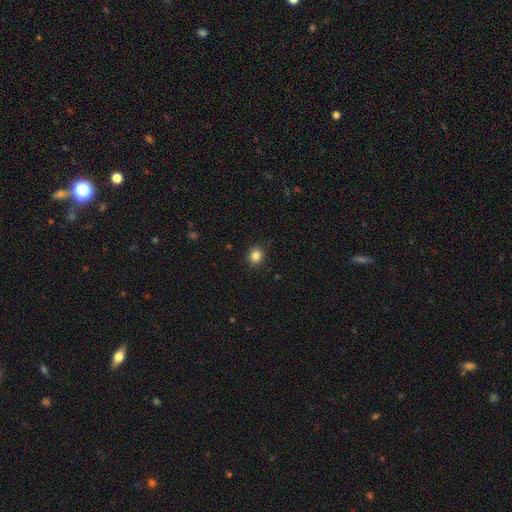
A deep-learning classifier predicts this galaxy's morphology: Q: Smooth or featured?
A: smooth (84%); runner-up: star or artifact (11%)
Q: How rounded?
A: round (79%); runner-up: in between (20%)
Q: Merging?
A: none (91%); runner-up: minor disturbance (7%)